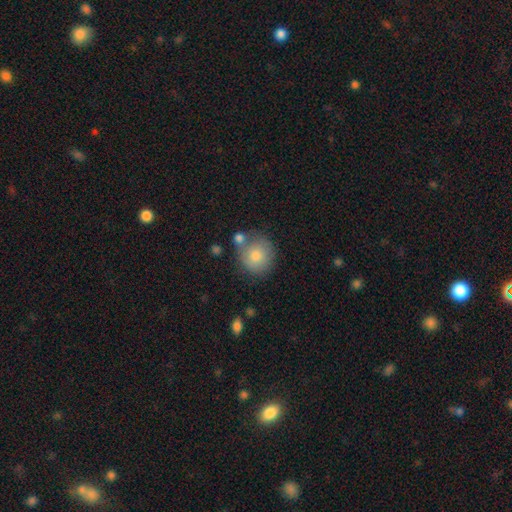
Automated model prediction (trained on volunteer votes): Overall: smooth (78%). How rounded: round (88%). Merging: none (68%).